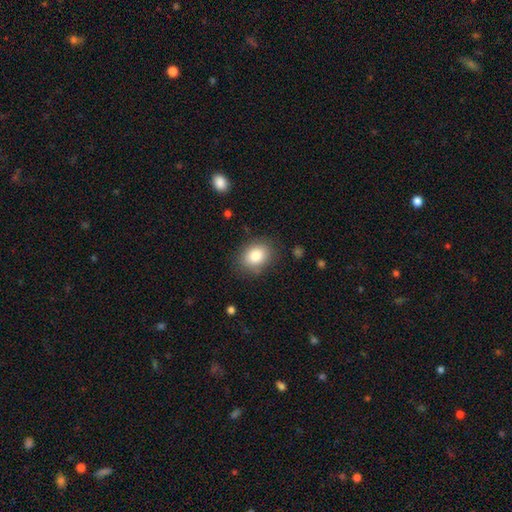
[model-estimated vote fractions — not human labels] Smooth or featured?
  - smooth: 83% *
  - star or artifact: 9%
  - featured or disk: 8%
How rounded?
  - in between: 62% *
  - round: 37%
  - cigar-shaped: 1%
Merging?
  - none: 83% *
  - minor disturbance: 12%
  - major disturbance: 4%
  - merger: 1%